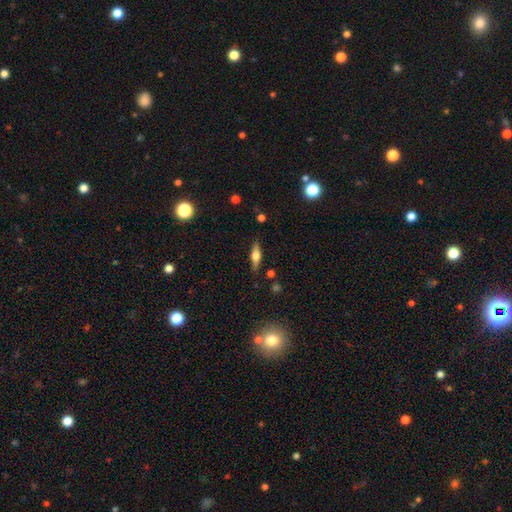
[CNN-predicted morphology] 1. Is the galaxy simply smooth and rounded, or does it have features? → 59% featured or disk, 33% smooth, 8% star or artifact.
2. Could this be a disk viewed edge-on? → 94% yes, 6% no.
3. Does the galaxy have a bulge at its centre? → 89% rounded, 9% boxy, 2% none.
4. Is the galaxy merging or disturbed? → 85% none, 11% minor disturbance, 3% major disturbance, 2% merger.